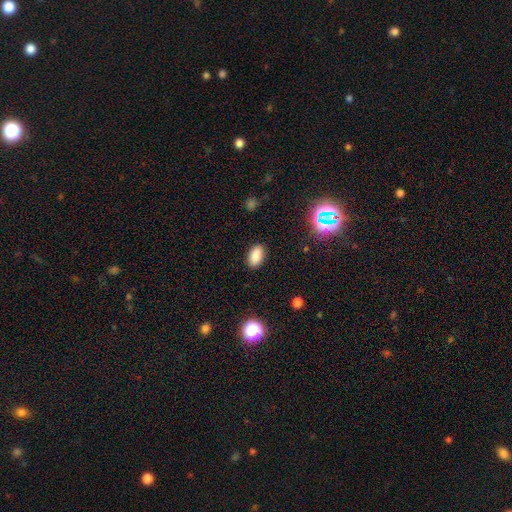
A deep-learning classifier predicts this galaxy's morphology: smooth-or-featured: smooth: 85% | star or artifact: 11% | featured or disk: 4%
  how-rounded: in between: 92% | round: 6% | cigar-shaped: 2%
  merging: none: 88% | minor disturbance: 9% | major disturbance: 3% | merger: 1%